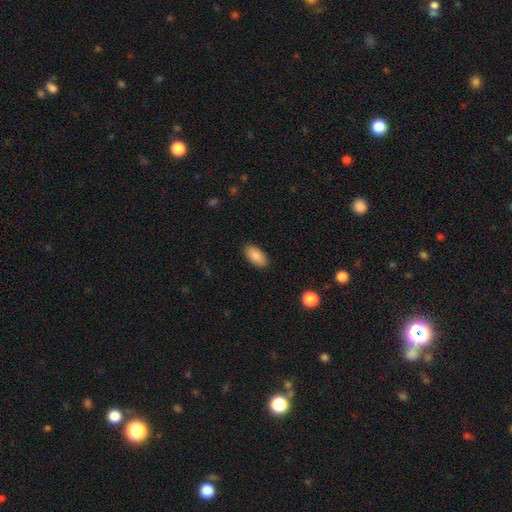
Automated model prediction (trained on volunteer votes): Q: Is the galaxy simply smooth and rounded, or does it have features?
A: smooth — 86%.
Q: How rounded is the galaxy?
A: in between — 94%.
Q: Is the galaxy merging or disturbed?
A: none — 88%.